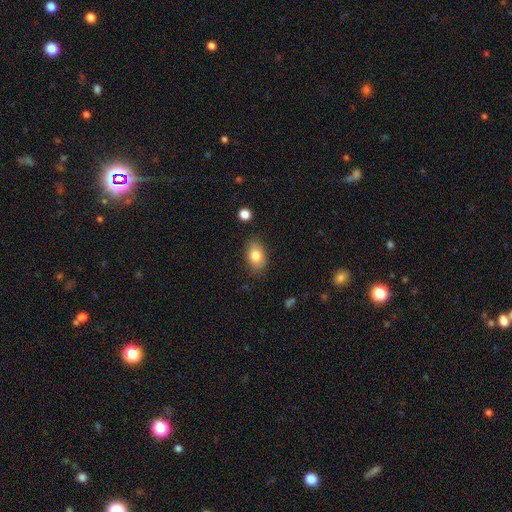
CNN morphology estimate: Smooth or featured? Predicted: smooth (p=0.81). How rounded? Predicted: in between (p=0.84). Merging? Predicted: none (p=0.83).